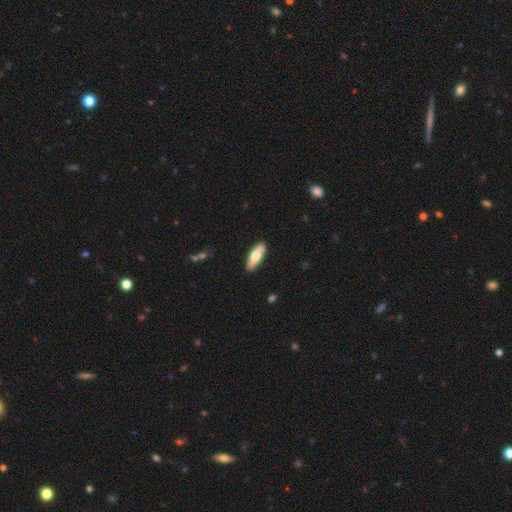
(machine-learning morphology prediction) Smooth or featured: smooth — 62% (featured or disk — 33%)
How rounded: in between — 60% (cigar-shaped — 38%)
Merging: none — 86% (minor disturbance — 11%)